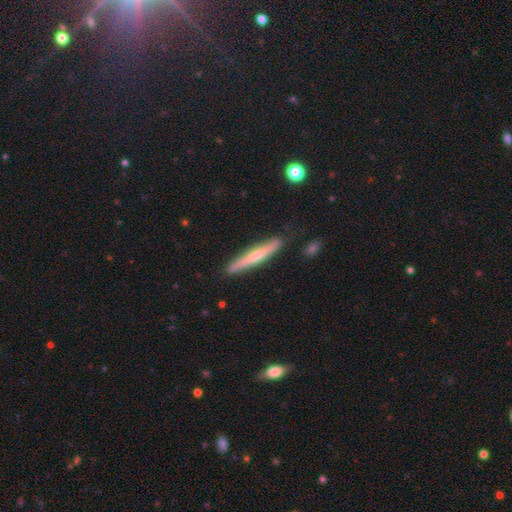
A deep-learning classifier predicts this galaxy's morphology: Smooth or featured? smooth (49%)
Merging? none (85%)